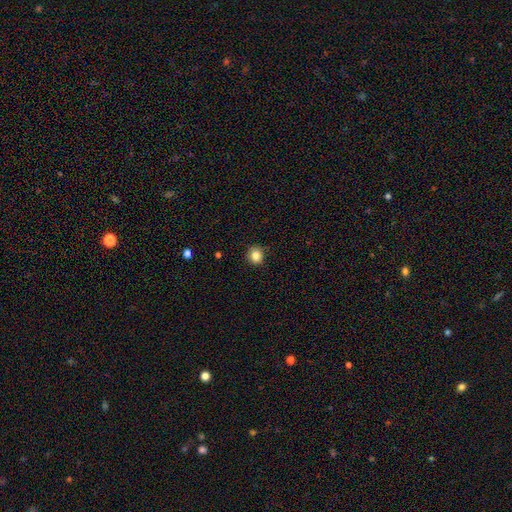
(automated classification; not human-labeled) smooth_or_featured: smooth (p=0.84) [alt: star or artifact p=0.11]
how_rounded: round (p=0.84) [alt: in between p=0.15]
merging: none (p=0.86) [alt: minor disturbance p=0.11]